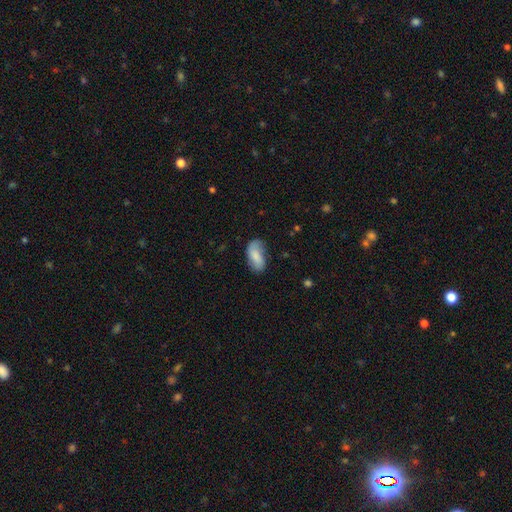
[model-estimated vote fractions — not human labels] A smooth galaxy with no disk features (73%) that is in between round and cigar-shaped (91%).

Vote fractions:
- Smooth or featured? smooth: 73% / featured or disk: 20% / star or artifact: 7%
- How rounded? in between: 91% / cigar-shaped: 5% / round: 3%
- Merging? none: 61% / minor disturbance: 28% / major disturbance: 9% / merger: 2%